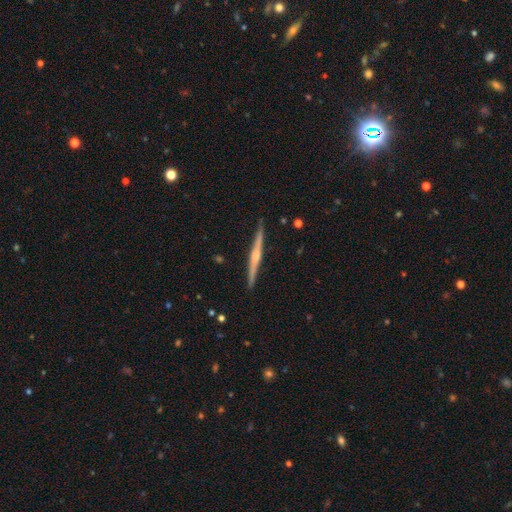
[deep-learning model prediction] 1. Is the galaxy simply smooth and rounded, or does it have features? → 77% featured or disk, 17% smooth, 5% star or artifact.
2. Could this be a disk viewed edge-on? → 98% yes, 2% no.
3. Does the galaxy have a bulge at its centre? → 77% rounded, 14% none, 9% boxy.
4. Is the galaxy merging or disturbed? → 91% none, 7% minor disturbance, 1% major disturbance, 1% merger.